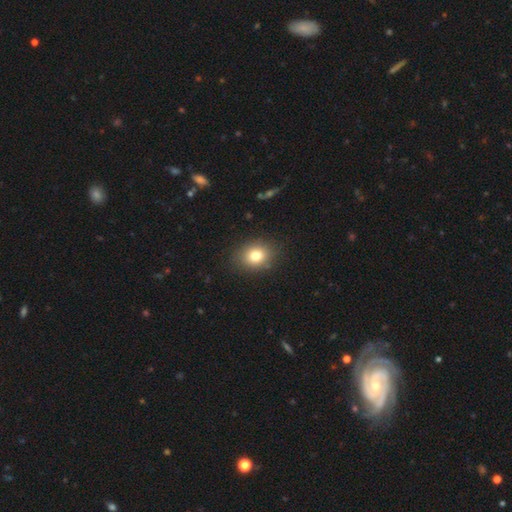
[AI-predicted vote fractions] Q: Smooth or featured?
A: smooth (80%); runner-up: star or artifact (11%)
Q: How rounded?
A: round (55%); runner-up: in between (44%)
Q: Merging?
A: none (86%); runner-up: minor disturbance (10%)